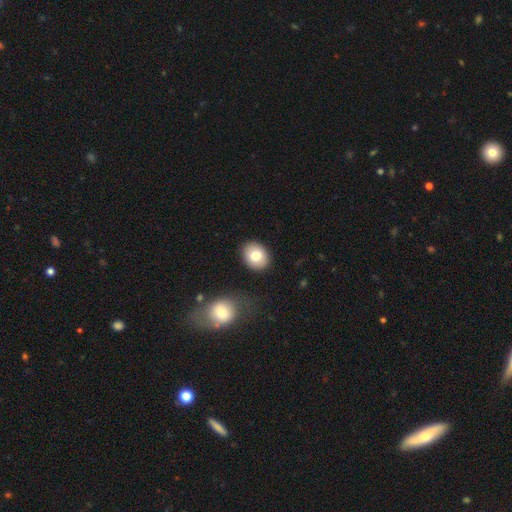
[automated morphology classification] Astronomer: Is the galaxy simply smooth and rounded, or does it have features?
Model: smooth — 78%.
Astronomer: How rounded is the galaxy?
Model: in between — 54% (runner-up: round, 45%).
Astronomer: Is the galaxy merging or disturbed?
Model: none — 87%.